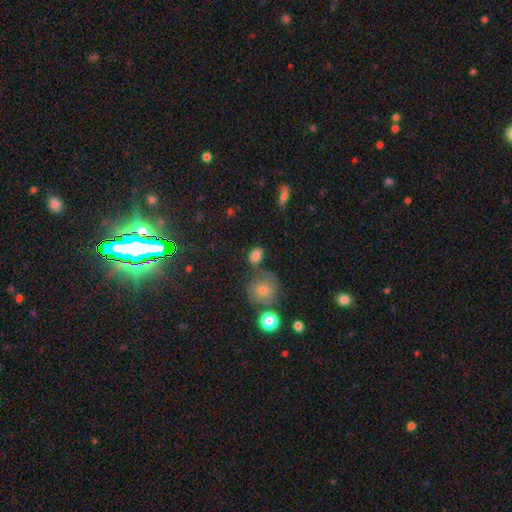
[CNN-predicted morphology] Smooth or featured: smooth — 79% (star or artifact — 11%)
How rounded: in between — 62% (round — 36%)
Merging: none — 59% (minor disturbance — 18%)